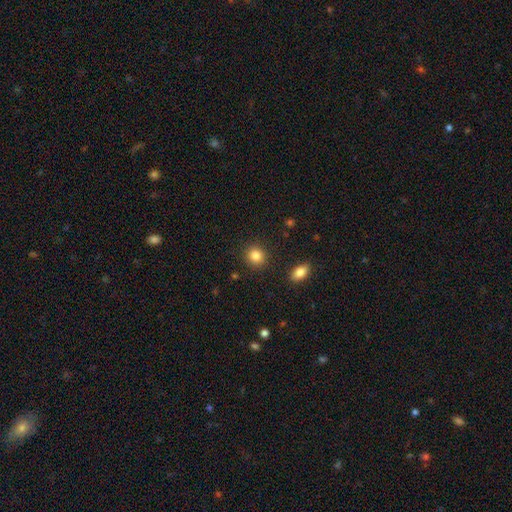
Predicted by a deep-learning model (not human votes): This appears to be a smooth galaxy with no disk features (85%) that is round (85%). Merging: none (90%).